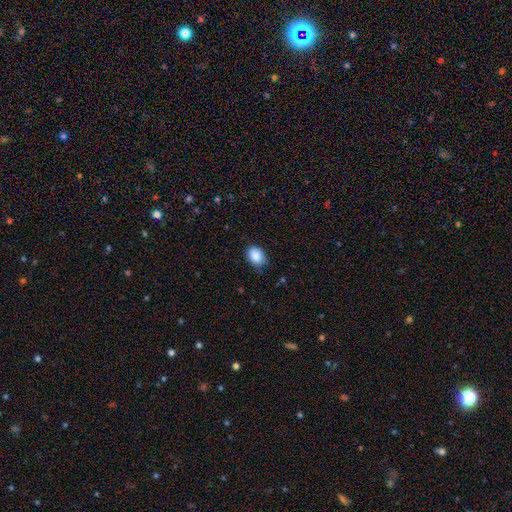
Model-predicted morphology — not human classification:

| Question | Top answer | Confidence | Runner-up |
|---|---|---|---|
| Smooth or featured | smooth | 87% | star or artifact (8%) |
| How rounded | in between | 78% | round (21%) |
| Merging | none | 76% | minor disturbance (20%) |